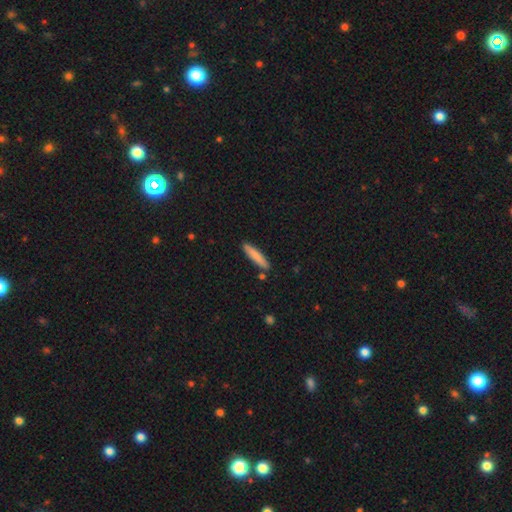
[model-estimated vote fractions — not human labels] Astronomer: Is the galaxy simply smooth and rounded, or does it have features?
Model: smooth — 81%.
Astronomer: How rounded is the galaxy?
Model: cigar-shaped — 89%.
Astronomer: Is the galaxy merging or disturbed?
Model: none — 86%.